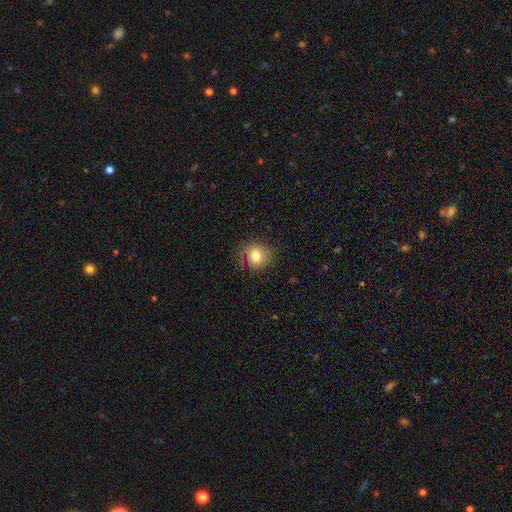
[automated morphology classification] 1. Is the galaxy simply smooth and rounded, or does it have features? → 77% smooth, 13% featured or disk, 10% star or artifact.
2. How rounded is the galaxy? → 79% round, 20% in between, 1% cigar-shaped.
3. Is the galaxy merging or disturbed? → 78% none, 16% minor disturbance, 6% major disturbance, 1% merger.